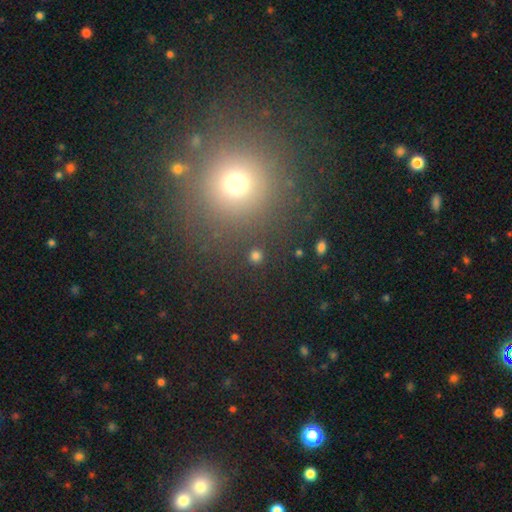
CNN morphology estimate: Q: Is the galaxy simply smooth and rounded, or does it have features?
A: smooth — 75%.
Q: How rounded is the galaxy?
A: round — 93%.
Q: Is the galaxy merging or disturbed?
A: none — 89%.